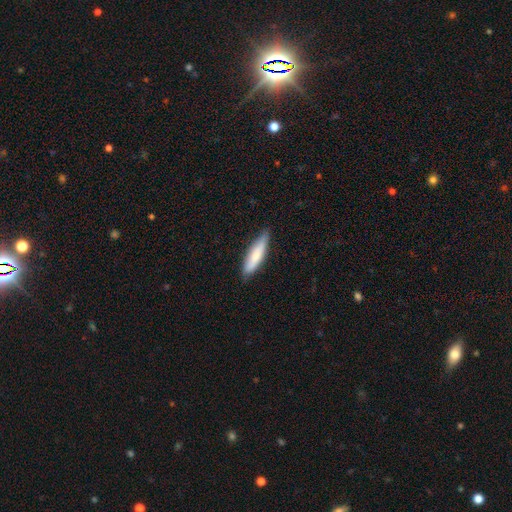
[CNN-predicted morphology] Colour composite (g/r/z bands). It shows a smooth galaxy with no disk features (75%) that is cigar-shaped (71%). Merging: none (80%).